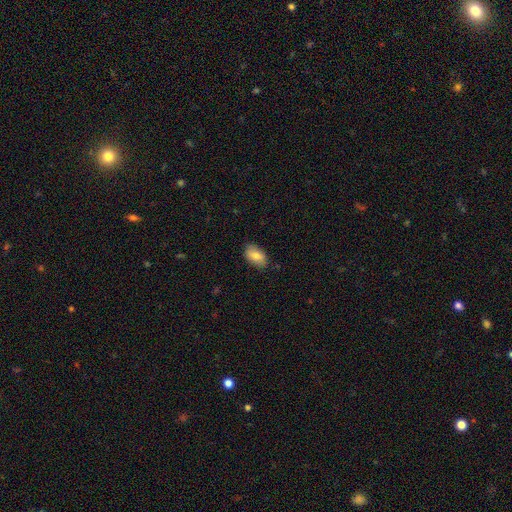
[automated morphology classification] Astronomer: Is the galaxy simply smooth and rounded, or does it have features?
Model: smooth — 82%.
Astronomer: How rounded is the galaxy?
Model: in between — 93%.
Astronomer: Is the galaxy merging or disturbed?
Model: none — 83%.